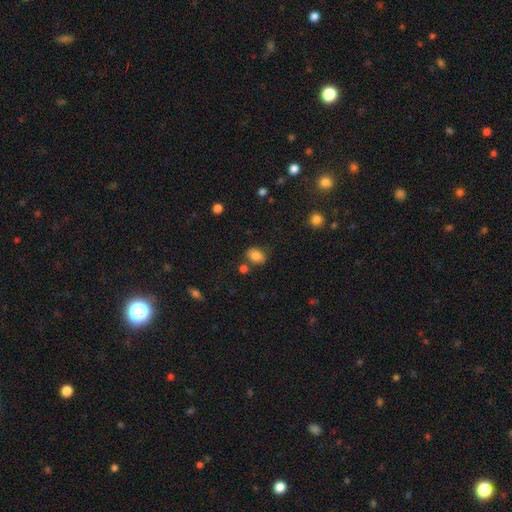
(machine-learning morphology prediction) This appears to be a smooth galaxy with no disk features (82%) that is in between round and cigar-shaped (74%). Merging: none (72%).